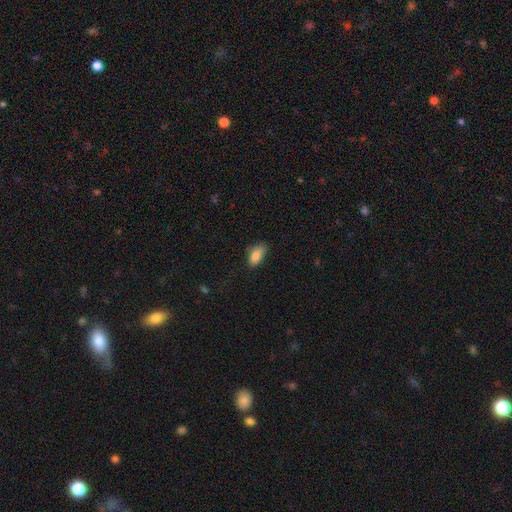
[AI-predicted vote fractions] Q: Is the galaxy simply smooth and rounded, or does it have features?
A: smooth — 85%.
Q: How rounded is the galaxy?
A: in between — 91%.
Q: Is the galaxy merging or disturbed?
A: none — 68%.